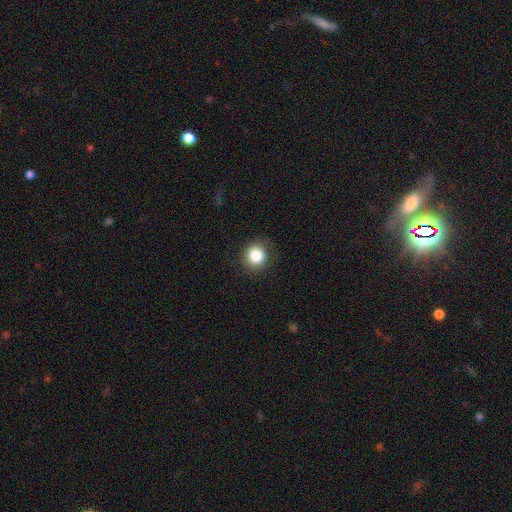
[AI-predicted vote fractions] This is clearly a smooth galaxy (84%). How rounded: clearly round (88%). Merging: clearly none (85%).